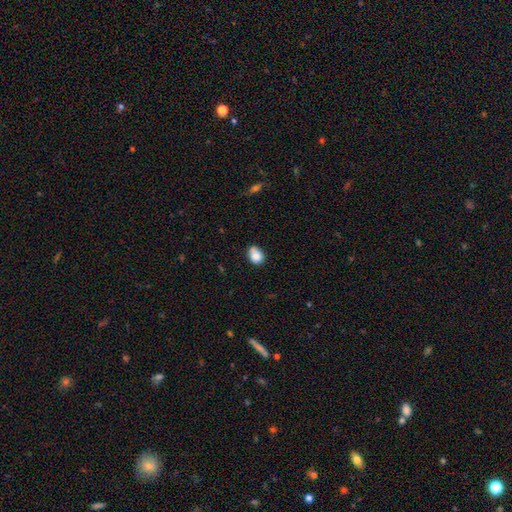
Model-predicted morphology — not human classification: smooth 80%, featured or disk 10%, star or artifact 10%. Down the decision tree: how rounded — in between (60%); merging — none (53%).